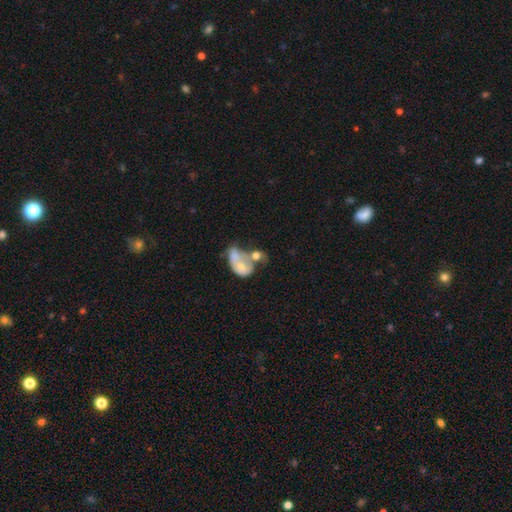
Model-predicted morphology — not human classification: A smooth galaxy with no disk features (53%) that is in between round and cigar-shaped (69%). Merging: merger (65%).